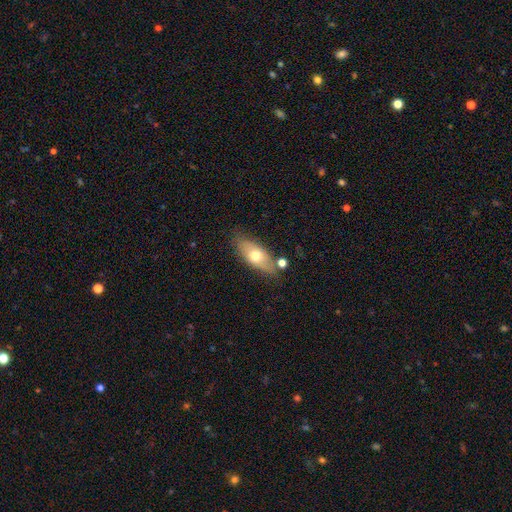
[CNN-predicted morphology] Smooth or featured? smooth (63%)
How rounded? in between (79%)
Merging? none (73%)